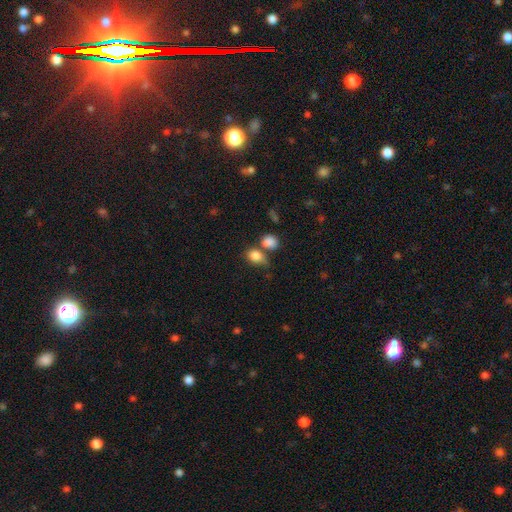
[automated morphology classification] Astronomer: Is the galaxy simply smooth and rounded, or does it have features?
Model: smooth — 83%.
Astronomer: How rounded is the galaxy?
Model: in between — 55% (runner-up: round, 43%).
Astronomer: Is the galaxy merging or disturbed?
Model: none — 41% (runner-up: merger, 35%).